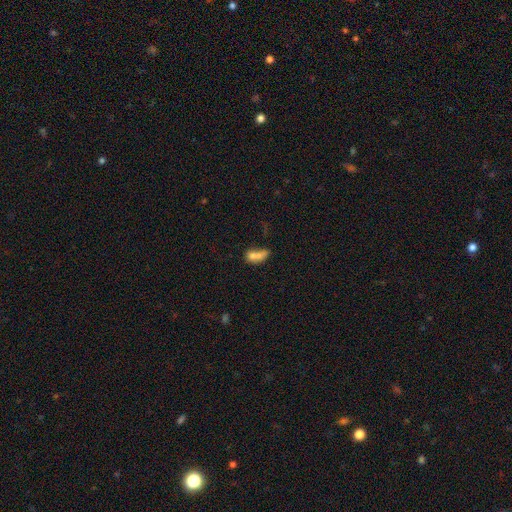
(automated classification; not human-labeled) A smooth galaxy with no disk features (67%) that is in between round and cigar-shaped (68%).

Vote fractions:
- Smooth or featured? smooth: 67% / featured or disk: 22% / star or artifact: 11%
- How rounded? in between: 68% / round: 22% / cigar-shaped: 10%
- Merging? merger: 57% / none: 21% / minor disturbance: 11% / major disturbance: 11%